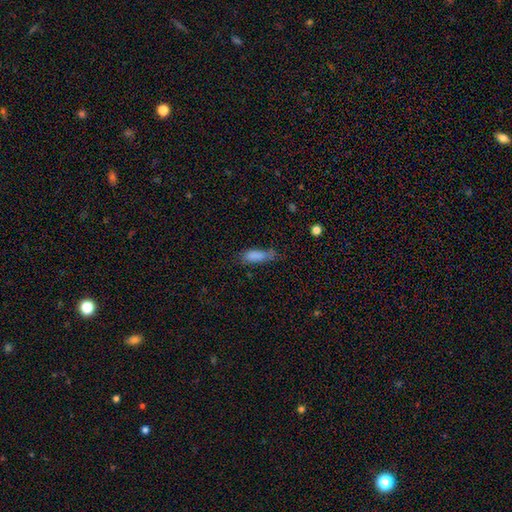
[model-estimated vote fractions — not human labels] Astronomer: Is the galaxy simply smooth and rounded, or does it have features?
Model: smooth — 83%.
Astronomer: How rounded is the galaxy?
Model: in between — 61% (runner-up: cigar-shaped, 37%).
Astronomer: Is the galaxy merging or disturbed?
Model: none — 47% (runner-up: minor disturbance, 34%).